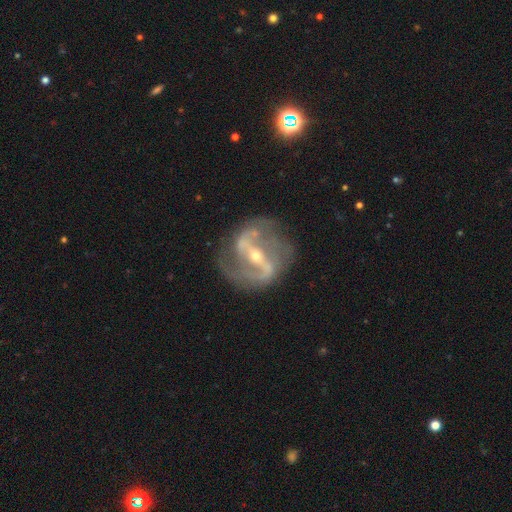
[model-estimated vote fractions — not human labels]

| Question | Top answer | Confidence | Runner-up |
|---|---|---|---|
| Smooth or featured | featured or disk | 90% | star or artifact (6%) |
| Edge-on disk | no | 95% | yes (5%) |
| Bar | strong | 69% | weak (22%) |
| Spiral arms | yes | 94% | no (6%) |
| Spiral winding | medium | 47% | loose (33%) |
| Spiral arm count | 2 | 83% | can't tell (6%) |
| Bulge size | small | 62% | moderate (35%) |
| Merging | none | 75% | minor disturbance (15%) |